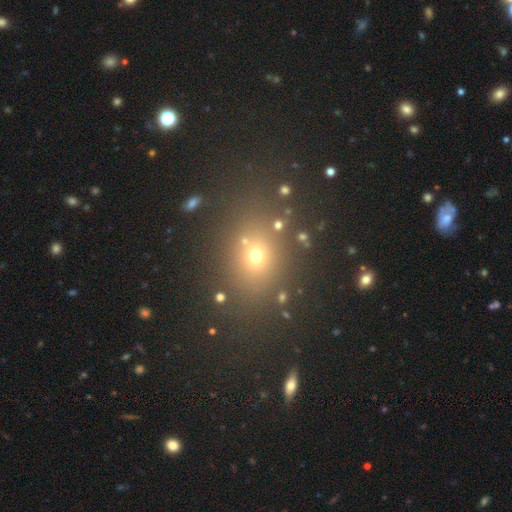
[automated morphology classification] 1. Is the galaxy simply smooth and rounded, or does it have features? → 58% smooth, 31% star or artifact, 11% featured or disk.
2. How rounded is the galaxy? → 53% round, 45% in between, 2% cigar-shaped.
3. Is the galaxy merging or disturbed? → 81% none, 10% minor disturbance, 5% major disturbance, 4% merger.